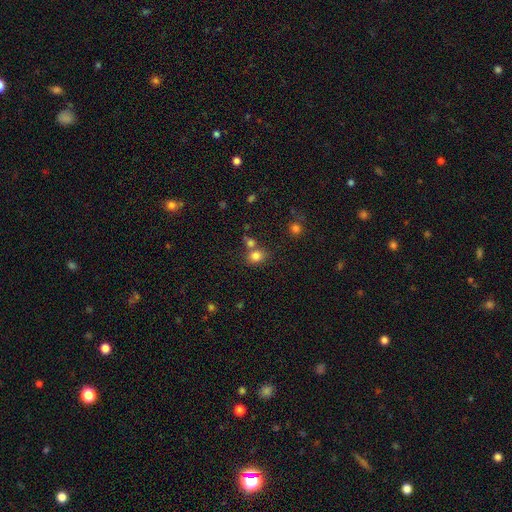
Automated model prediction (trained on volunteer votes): This appears to be a smooth galaxy with no disk features (80%) that is round (64%). Merging: none (59%).